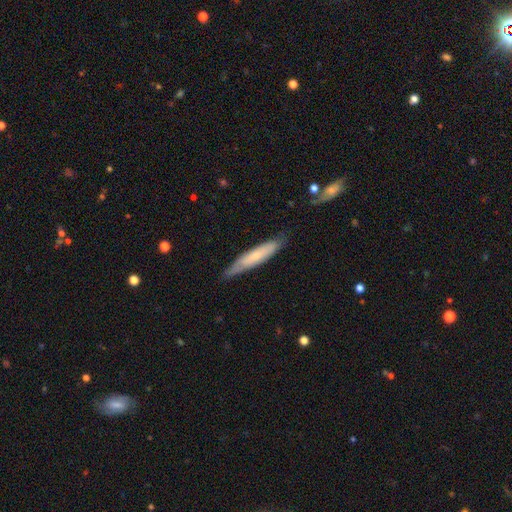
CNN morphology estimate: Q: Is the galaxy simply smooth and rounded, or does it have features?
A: smooth — 57%.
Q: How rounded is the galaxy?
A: cigar-shaped — 87%.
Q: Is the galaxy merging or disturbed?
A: none — 78%.